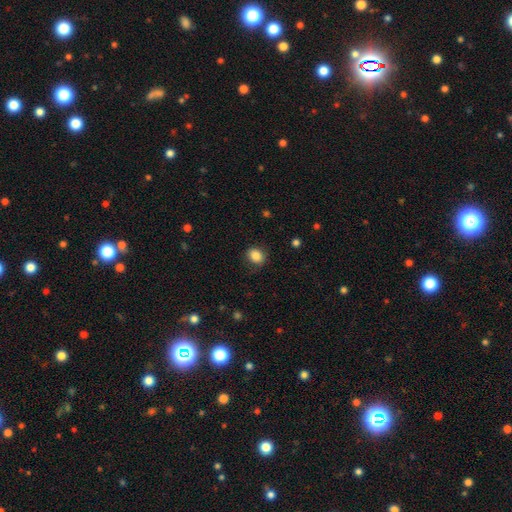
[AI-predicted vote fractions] Overall: smooth (86%). How rounded: round (55%; in between 44%). Merging: none (81%).